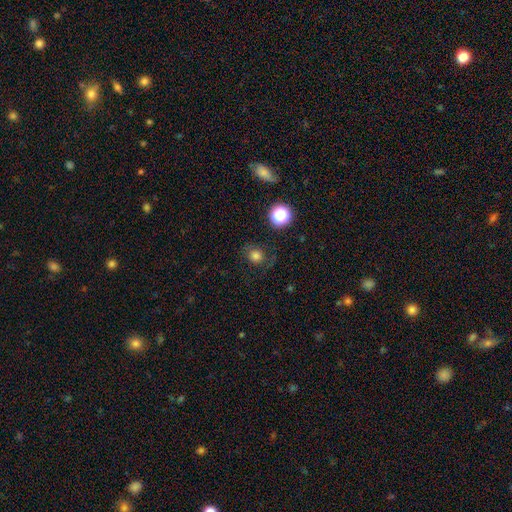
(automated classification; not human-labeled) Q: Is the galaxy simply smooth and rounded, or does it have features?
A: smooth — 76%.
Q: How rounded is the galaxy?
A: round — 82%.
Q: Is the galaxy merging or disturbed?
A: none — 71%.